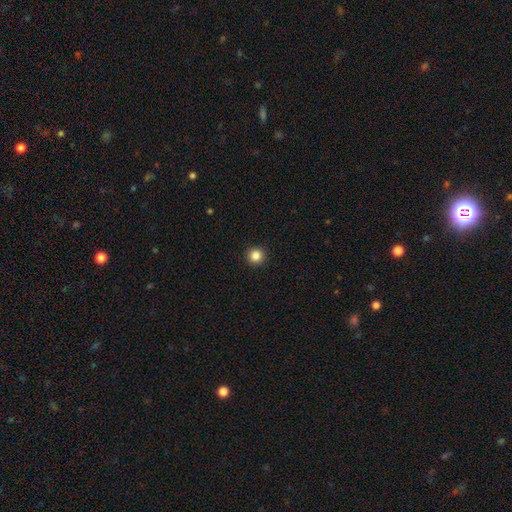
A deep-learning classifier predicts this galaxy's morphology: Smooth or featured?
  - smooth: 85% *
  - star or artifact: 11%
  - featured or disk: 4%
How rounded?
  - round: 96% *
  - in between: 3%
  - cigar-shaped: 1%
Merging?
  - none: 93% *
  - minor disturbance: 4%
  - major disturbance: 1%
  - merger: 1%